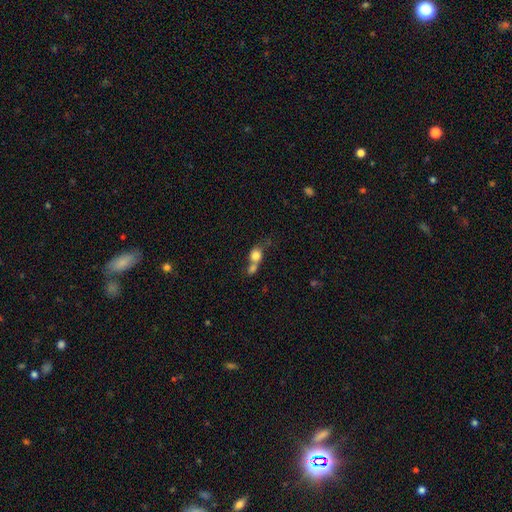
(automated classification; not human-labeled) smooth_or_featured: smooth (p=0.76) [alt: featured or disk p=0.15]
how_rounded: round (p=0.65) [alt: in between p=0.33]
merging: merger (p=0.68) [alt: none p=0.20]